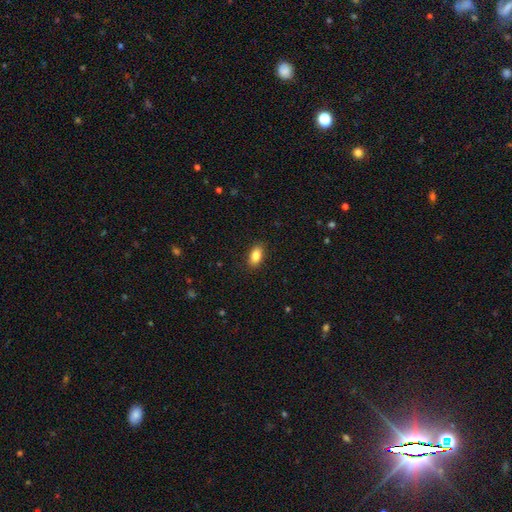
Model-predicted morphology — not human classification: Smooth or featured: smooth — 84% (star or artifact — 8%)
How rounded: in between — 90% (round — 6%)
Merging: none — 89% (minor disturbance — 8%)